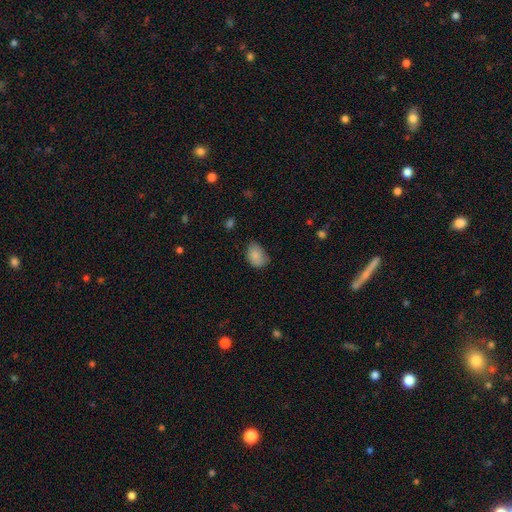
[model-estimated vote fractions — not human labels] Overall: smooth (84%). How rounded: in between (80%). Merging: none (58%; minor disturbance 34%).